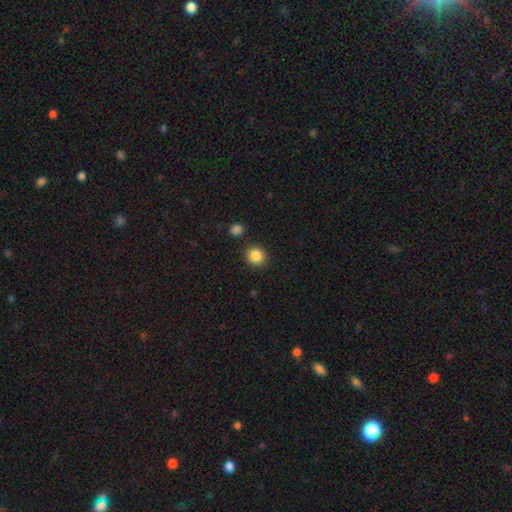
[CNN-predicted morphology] Smooth or featured?
  - smooth: 87% *
  - star or artifact: 10%
  - featured or disk: 4%
How rounded?
  - round: 92% *
  - in between: 7%
  - cigar-shaped: 1%
Merging?
  - none: 89% *
  - minor disturbance: 6%
  - merger: 3%
  - major disturbance: 2%